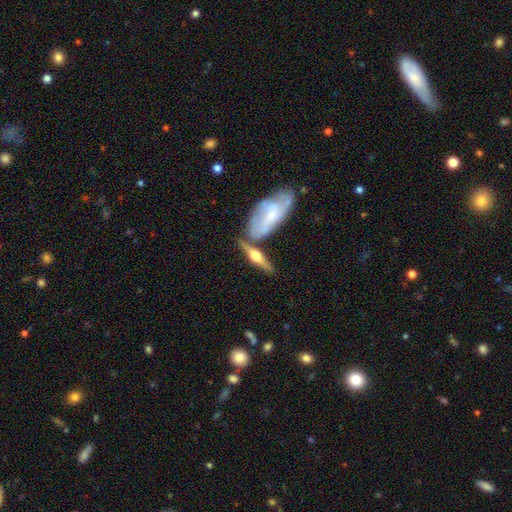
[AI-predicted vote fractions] The model was most divided on "merging": none: 60%, merger: 23%, minor disturbance: 13%, major disturbance: 4%. More confident: edge-on bulge — rounded (93%); edge-on disk — yes (92%); smooth or featured — featured or disk (66%).